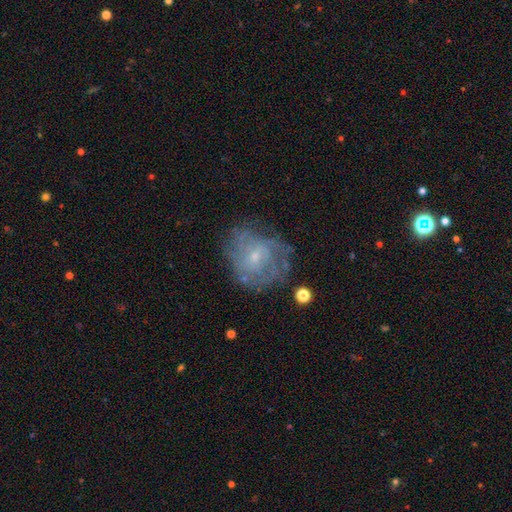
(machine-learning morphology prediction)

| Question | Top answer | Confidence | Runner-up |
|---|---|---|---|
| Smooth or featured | featured or disk | 70% | smooth (19%) |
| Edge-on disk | no | 97% | yes (3%) |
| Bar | no | 66% | weak (30%) |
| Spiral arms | yes | 79% | no (21%) |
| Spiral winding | tight | 52% | medium (35%) |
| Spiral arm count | can't tell | 53% | 4 (12%) |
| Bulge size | small | 71% | moderate (23%) |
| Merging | none | 64% | minor disturbance (21%) |